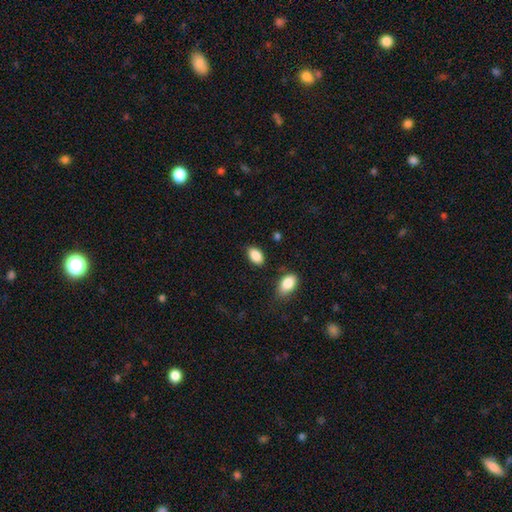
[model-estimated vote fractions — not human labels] Morphology: type=smooth (88%); roundness=in between (92%); merging=none (82%).